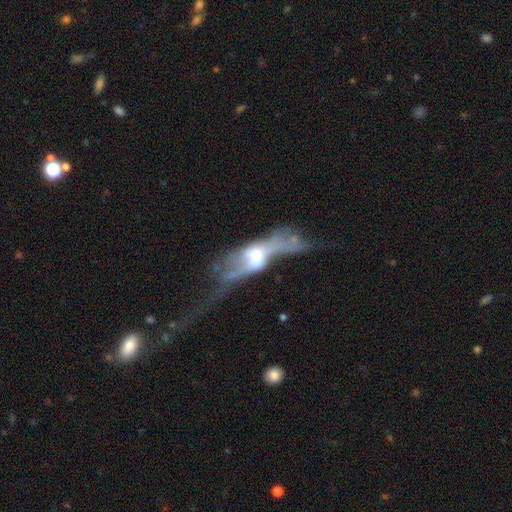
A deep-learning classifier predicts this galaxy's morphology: smooth_or_featured: featured or disk (p=0.69) [alt: smooth p=0.23]
disk_edge_on: no (p=0.67) [alt: yes p=0.33]
merging: major disturbance (p=0.47) [alt: none p=0.20]